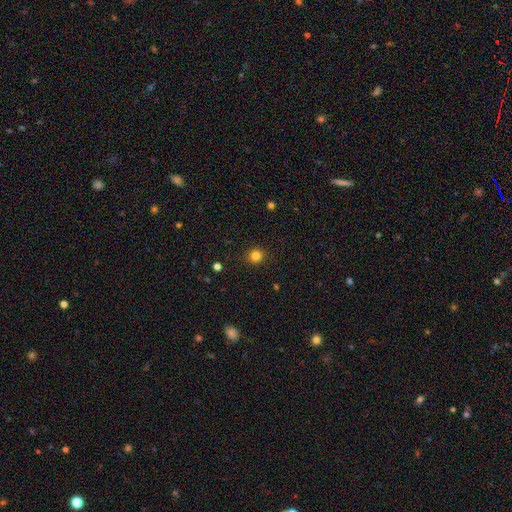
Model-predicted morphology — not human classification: type=smooth (82%); roundness=round (91%); merging=none (92%).